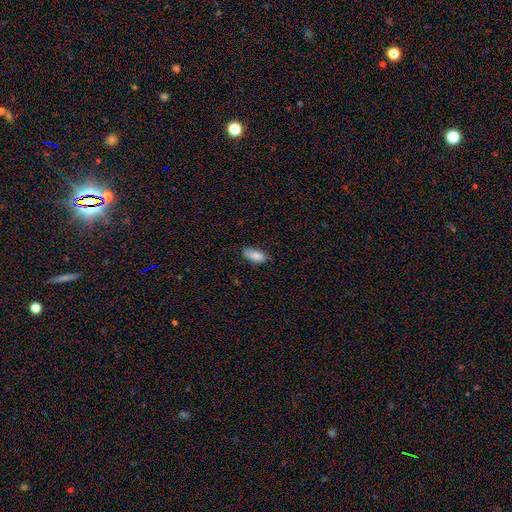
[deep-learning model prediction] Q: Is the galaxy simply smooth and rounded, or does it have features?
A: smooth — 86%.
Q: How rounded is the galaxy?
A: in between — 89%.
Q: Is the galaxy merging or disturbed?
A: none — 75%.